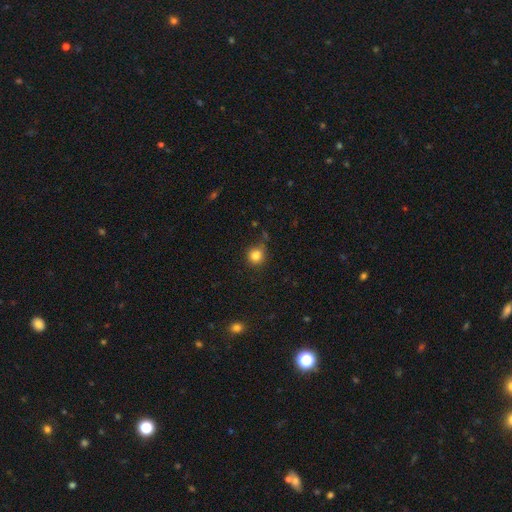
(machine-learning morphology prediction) Overall: smooth (83%). How rounded: round (90%). Merging: none (75%).